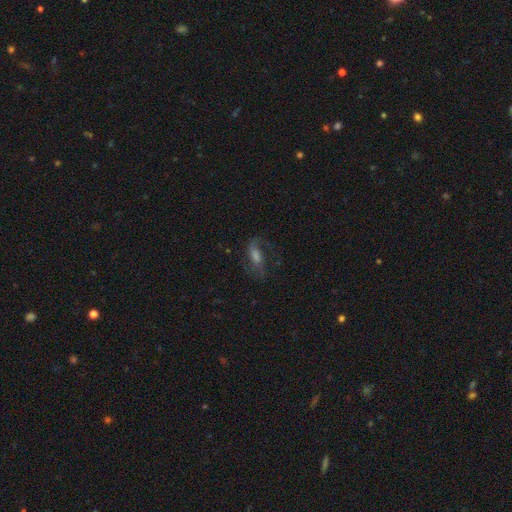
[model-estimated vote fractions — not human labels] Morphology: type=featured or disk (58%); edge-on=no (88%); bar=weak (41%); spiral arms=yes (86%); bulge=moderate (44%); merging=none (64%).